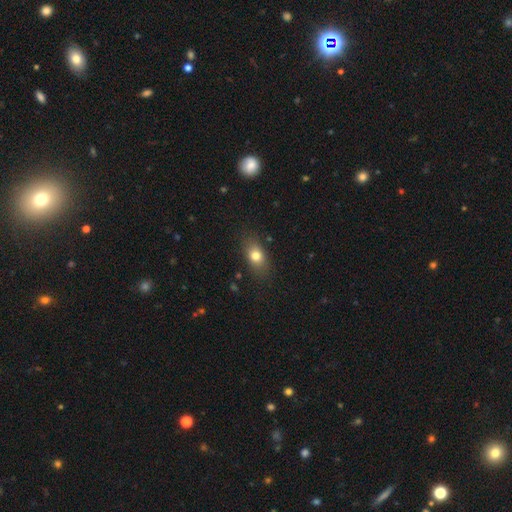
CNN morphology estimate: Smooth or featured? Predicted: smooth (p=0.77). How rounded? Predicted: in between (p=0.78). Merging? Predicted: none (p=0.82).